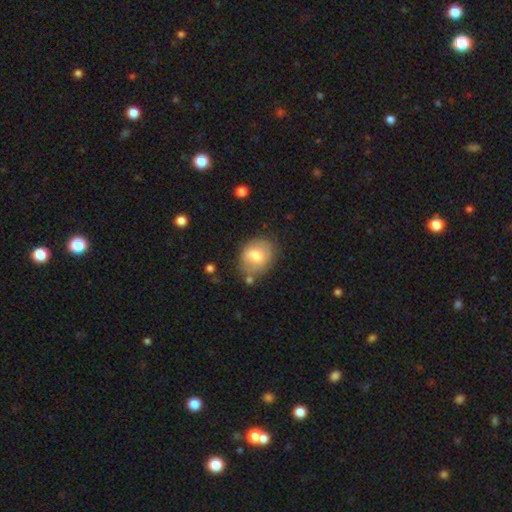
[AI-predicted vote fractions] Smooth or featured: smooth — 73% (featured or disk — 19%)
How rounded: in between — 53% (round — 46%)
Merging: none — 69% (minor disturbance — 19%)